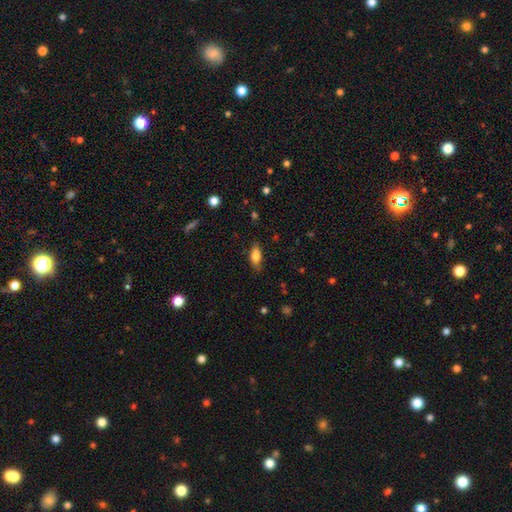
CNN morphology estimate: smooth_or_featured: smooth (p=0.80) [alt: featured or disk p=0.13]
how_rounded: in between (p=0.82) [alt: cigar-shaped p=0.15]
merging: none (p=0.77) [alt: minor disturbance p=0.17]